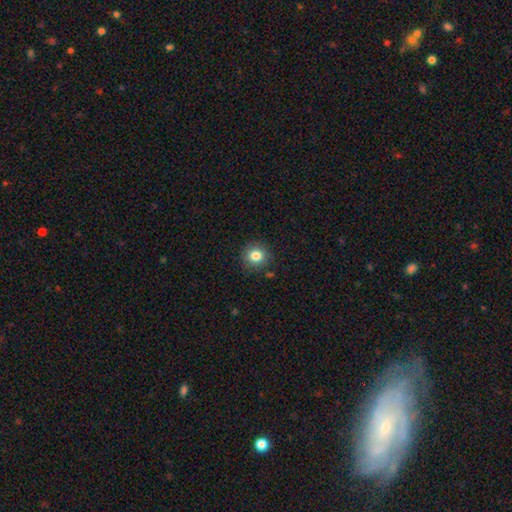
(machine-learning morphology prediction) This is clearly a smooth galaxy (82%). How rounded: clearly round (89%). Merging: clearly none (88%).